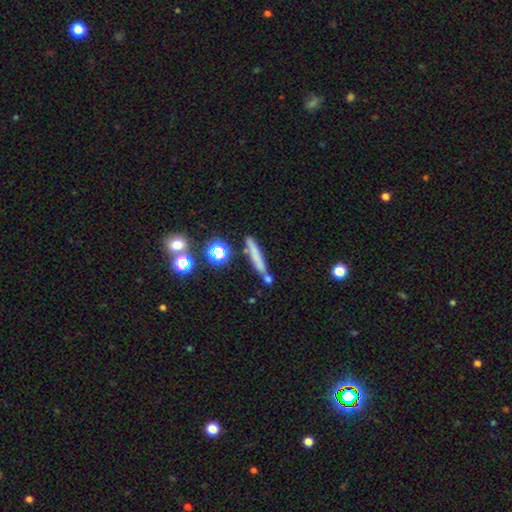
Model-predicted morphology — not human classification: Smooth or featured? smooth (63%)
How rounded? cigar-shaped (89%)
Merging? none (71%)